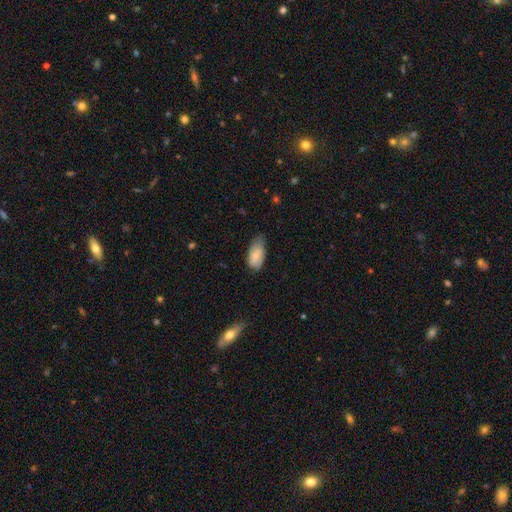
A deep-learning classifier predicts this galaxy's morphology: smooth 82%, featured or disk 12%, star or artifact 6%. Down the decision tree: how rounded — in between (93%); merging — none (53%).